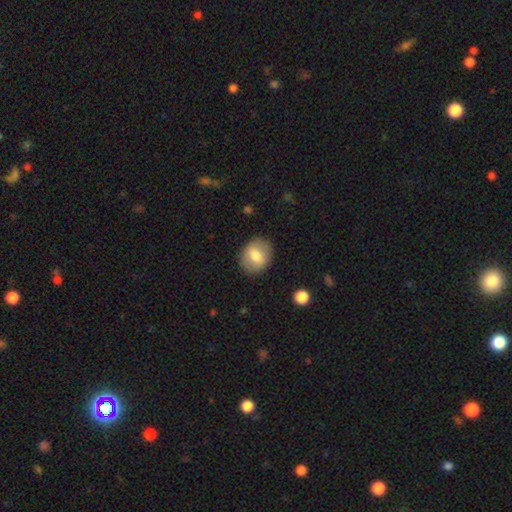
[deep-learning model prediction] A smooth galaxy with no disk features (68%) that is round (56%). Merging: none (86%).